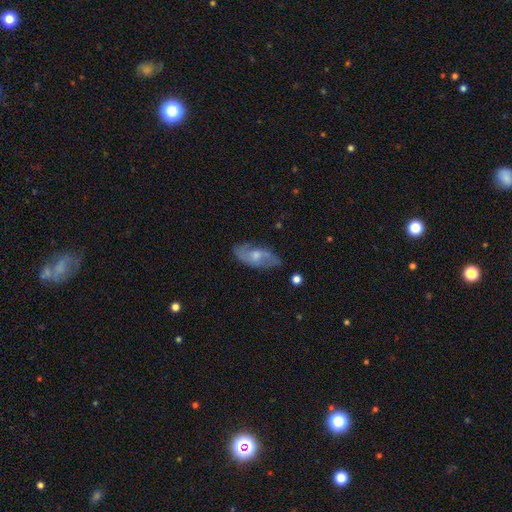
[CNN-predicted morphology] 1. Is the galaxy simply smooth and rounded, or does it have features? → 59% featured or disk, 35% smooth, 7% star or artifact.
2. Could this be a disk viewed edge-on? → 88% no, 12% yes.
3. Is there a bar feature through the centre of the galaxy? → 61% no, 33% weak, 6% strong.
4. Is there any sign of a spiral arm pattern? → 77% yes, 23% no.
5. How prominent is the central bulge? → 51% moderate, 41% small, 4% none, 4% large, 1% dominant.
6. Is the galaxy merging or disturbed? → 70% none, 21% minor disturbance, 6% major disturbance, 2% merger.